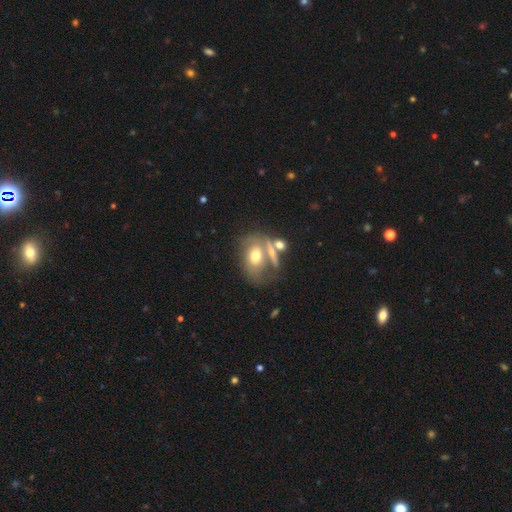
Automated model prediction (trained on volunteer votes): This appears to be a smooth galaxy with no disk features (54%) that is in between round and cigar-shaped (70%). Merging: merger (38%).